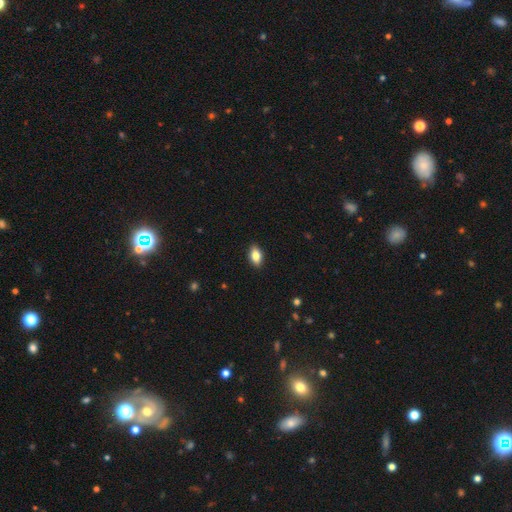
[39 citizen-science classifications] Smooth or featured? smooth (97%)
How rounded? in between (84%)
Merging? none (87%)